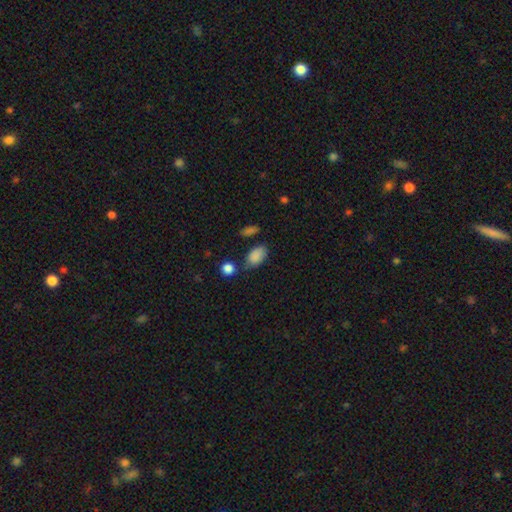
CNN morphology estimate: A smooth galaxy with no disk features (87%) that is in between round and cigar-shaped (89%).

Vote fractions:
- Smooth or featured? smooth: 87% / star or artifact: 9% / featured or disk: 5%
- How rounded? in between: 89% / round: 9% / cigar-shaped: 2%
- Merging? none: 66% / minor disturbance: 20% / merger: 9% / major disturbance: 5%